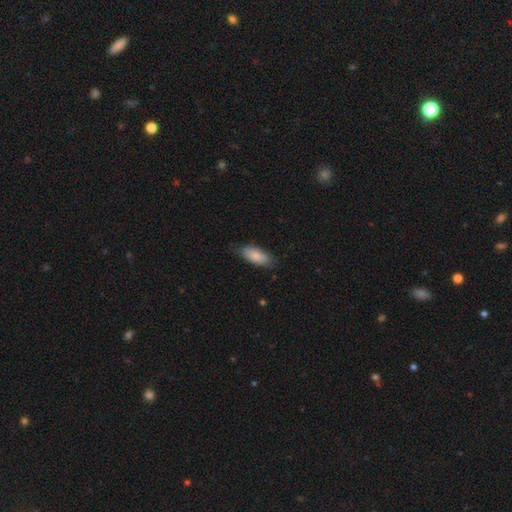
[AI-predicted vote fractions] Smooth or featured? smooth (85%)
How rounded? in between (81%)
Merging? none (75%)